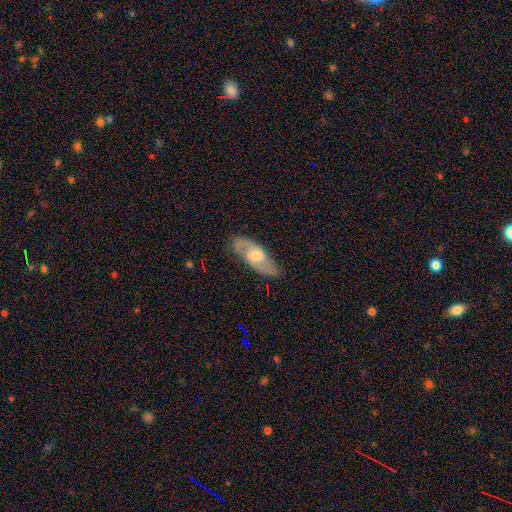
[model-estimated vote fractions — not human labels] Morphology: type=featured or disk (66%); edge-on=no (85%); bar=no (50%); spiral arms=yes (83%); bulge=moderate (57%); merging=none (80%).